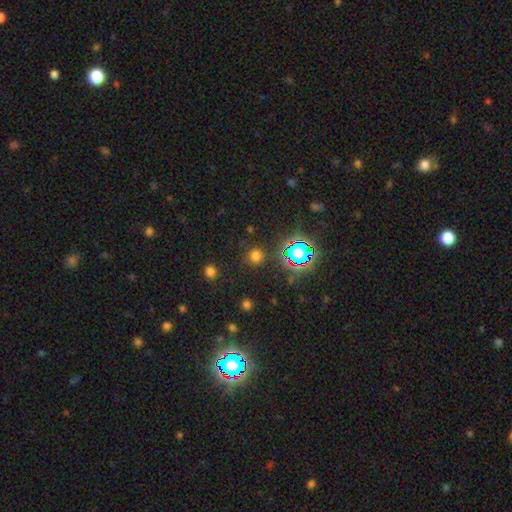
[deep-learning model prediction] Smooth or featured? smooth (64%)
How rounded? round (92%)
Merging? none (86%)